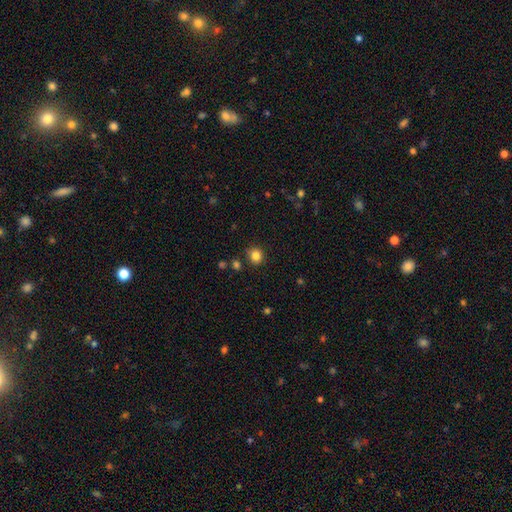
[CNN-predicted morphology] smooth 83%, star or artifact 12%, featured or disk 5%. Down the decision tree: how rounded — round (87%); merging — none (84%).